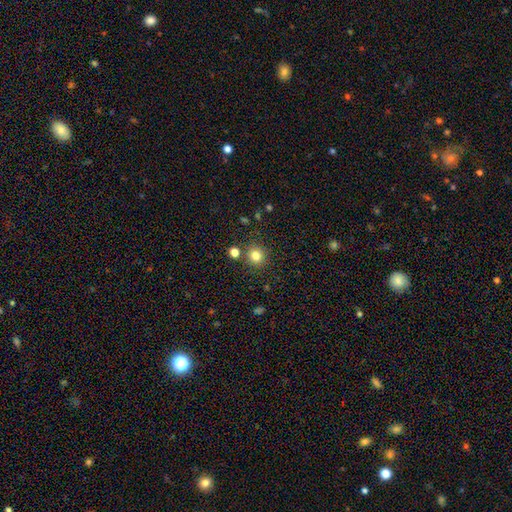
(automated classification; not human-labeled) A smooth galaxy with no disk features (81%) that is round (91%). Merging: none (84%).